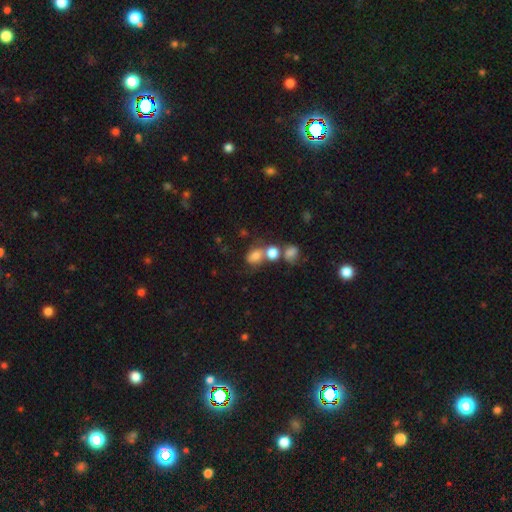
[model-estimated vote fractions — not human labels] Smooth or featured? Predicted: smooth (p=0.73). How rounded? Predicted: round (p=0.55). Merging? Predicted: none (p=0.40, tied with merger).